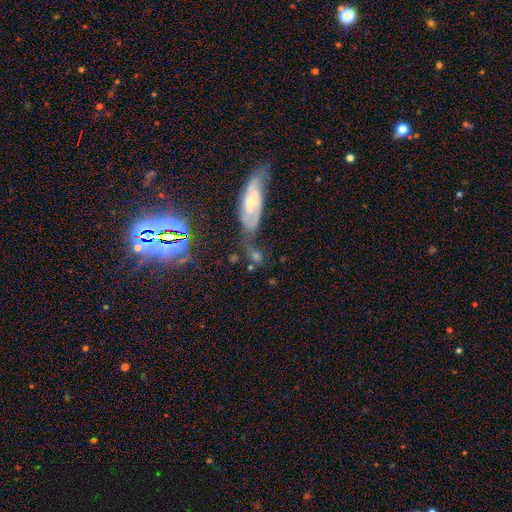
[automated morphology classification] Smooth or featured?
  - featured or disk: 38% * (tied)
  - smooth: 38% * (tied)
  - star or artifact: 24%
Merging?
  - none: 46% *
  - merger: 20%
  - minor disturbance: 20%
  - major disturbance: 14%